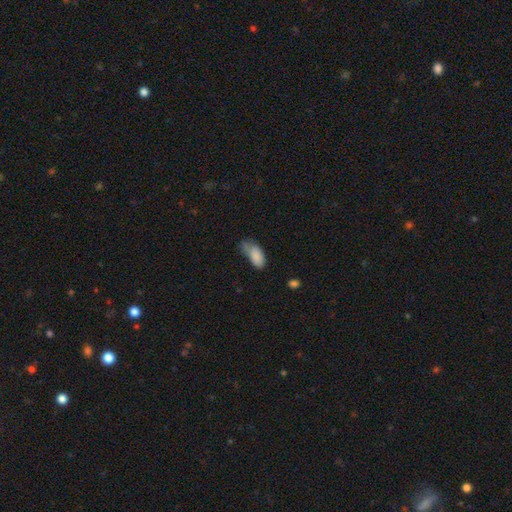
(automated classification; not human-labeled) This is clearly a smooth galaxy (84%). How rounded: clearly in between (91%). Merging: marginally minor disturbance (39%).